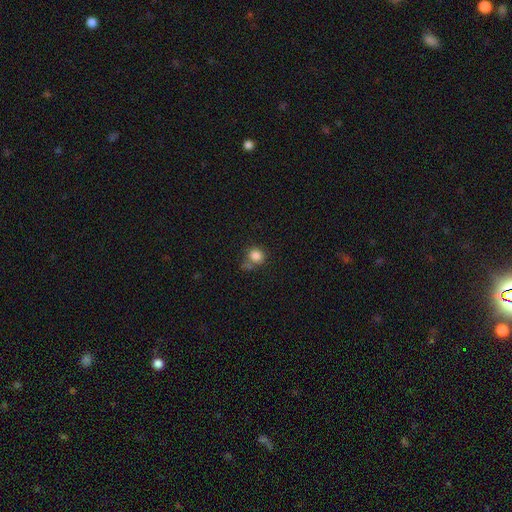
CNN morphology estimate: The model was most divided on "merging": none: 59%, minor disturbance: 17%, merger: 17%, major disturbance: 7%. More confident: smooth or featured — smooth (84%); how rounded — round (81%).